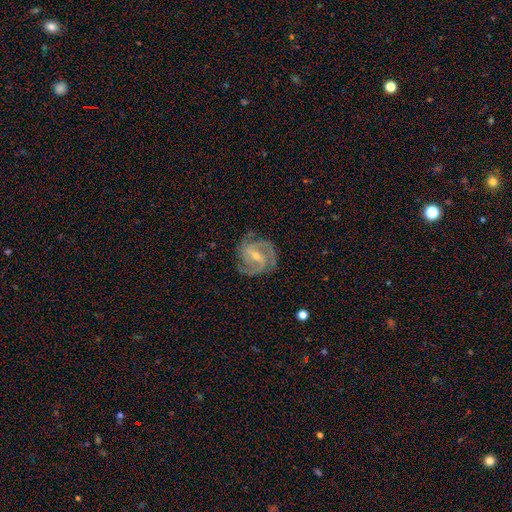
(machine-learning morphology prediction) The model was most divided on "spiral arm count": 3: 39%, 2: 36%, can't tell: 10%, 4: 7%, 1: 4%, more than 4: 4%. Remaining: edge-on disk — no (97%); spiral arms — yes (97%); smooth or featured — featured or disk (89%); merging — none (76%); bulge size — small (55%); bar — weak (48%); spiral winding — medium (47%).